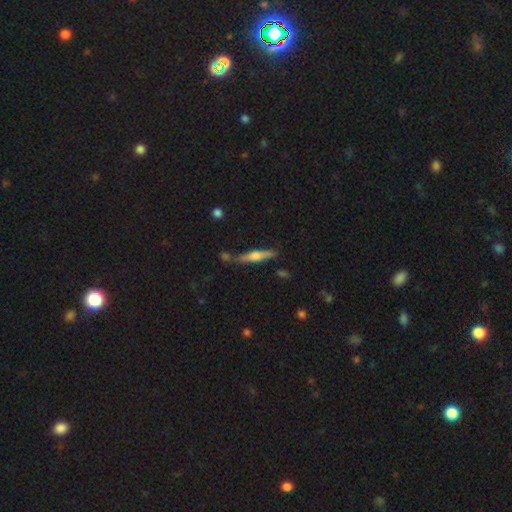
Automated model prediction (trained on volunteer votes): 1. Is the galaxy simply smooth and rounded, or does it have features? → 49% smooth, 44% featured or disk, 7% star or artifact.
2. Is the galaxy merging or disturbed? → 65% none, 19% minor disturbance, 10% merger, 6% major disturbance.